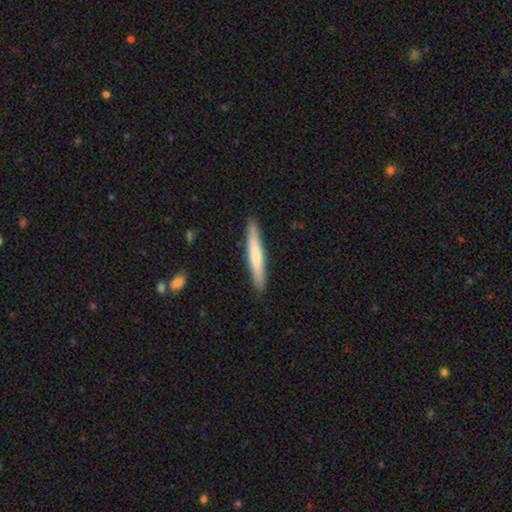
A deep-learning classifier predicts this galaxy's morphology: smooth_or_featured: smooth (p=0.64) [alt: featured or disk p=0.31]
how_rounded: cigar-shaped (p=0.95) [alt: in between p=0.04]
merging: none (p=0.90) [alt: minor disturbance p=0.08]